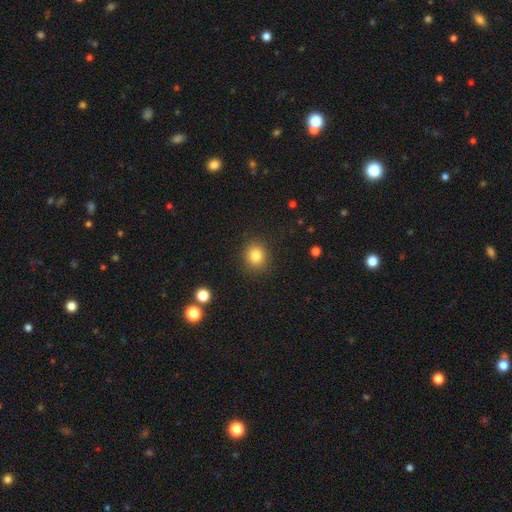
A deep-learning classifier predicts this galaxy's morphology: smooth-or-featured: smooth: 83% | star or artifact: 11% | featured or disk: 6%
  how-rounded: round: 81% | in between: 18% | cigar-shaped: 1%
  merging: none: 88% | minor disturbance: 8% | major disturbance: 3% | merger: 1%